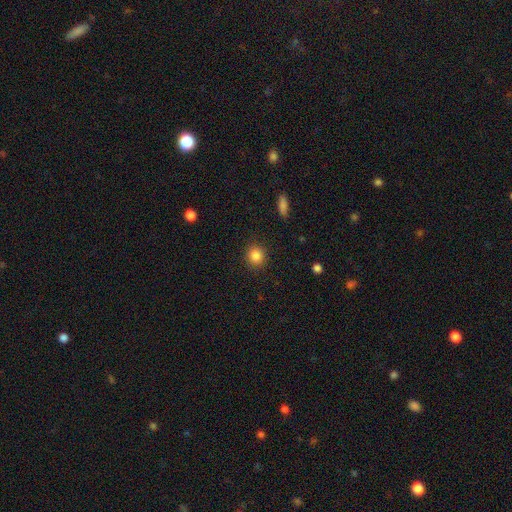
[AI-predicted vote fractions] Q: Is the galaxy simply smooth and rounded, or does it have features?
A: smooth — 85%.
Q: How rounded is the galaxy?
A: round — 85%.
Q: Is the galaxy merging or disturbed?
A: none — 90%.